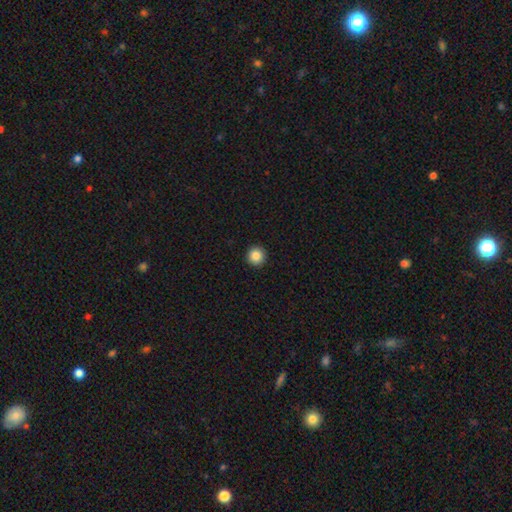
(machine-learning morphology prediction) smooth 86%, star or artifact 10%, featured or disk 4%. Down the decision tree: how rounded — round (96%); merging — none (94%).